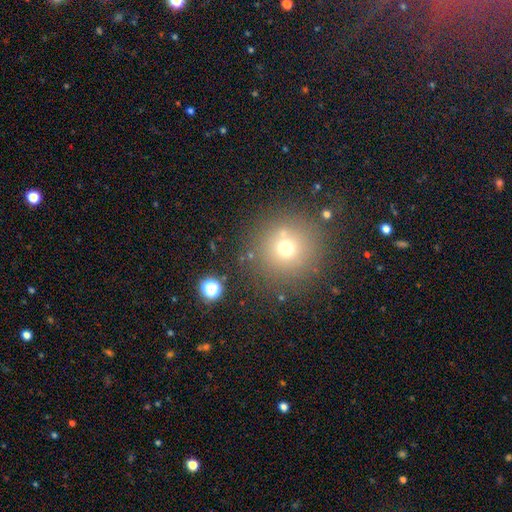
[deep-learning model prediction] smooth 61%, star or artifact 26%, featured or disk 12%. Down the decision tree: how rounded — round (95%); merging — none (82%).